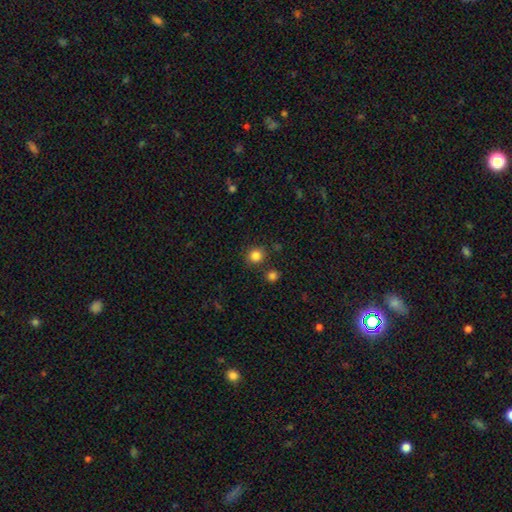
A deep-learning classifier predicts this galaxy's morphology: smooth 84%, star or artifact 12%, featured or disk 4%. Down the decision tree: how rounded — round (92%); merging — none (83%).